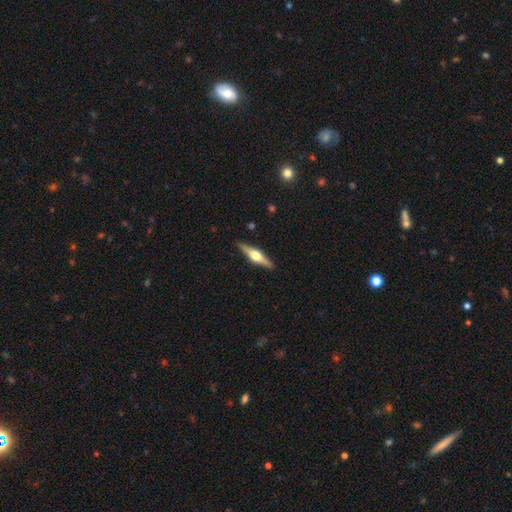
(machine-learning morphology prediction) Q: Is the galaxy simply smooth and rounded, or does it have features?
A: featured or disk — 72%.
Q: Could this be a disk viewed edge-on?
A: yes — 98%.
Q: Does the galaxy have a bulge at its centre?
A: rounded — 95%.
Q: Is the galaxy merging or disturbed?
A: none — 90%.